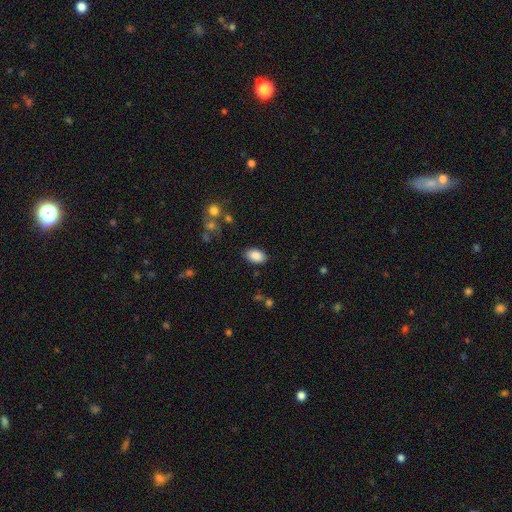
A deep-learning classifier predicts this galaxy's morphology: A smooth galaxy with no disk features (87%) that is in between round and cigar-shaped (92%).

Vote fractions:
- Smooth or featured? smooth: 87% / star or artifact: 7% / featured or disk: 5%
- How rounded? in between: 92% / round: 7% / cigar-shaped: 1%
- Merging? none: 86% / minor disturbance: 10% / major disturbance: 3% / merger: 2%